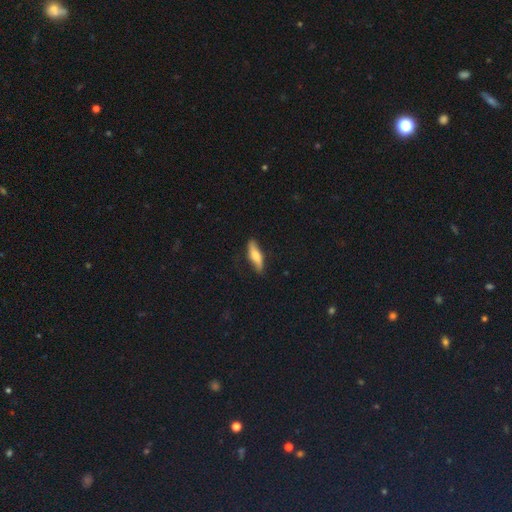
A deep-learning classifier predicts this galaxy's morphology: smooth 65%, featured or disk 29%, star or artifact 6%. Down the decision tree: how rounded — cigar-shaped (61%); merging — none (75%).